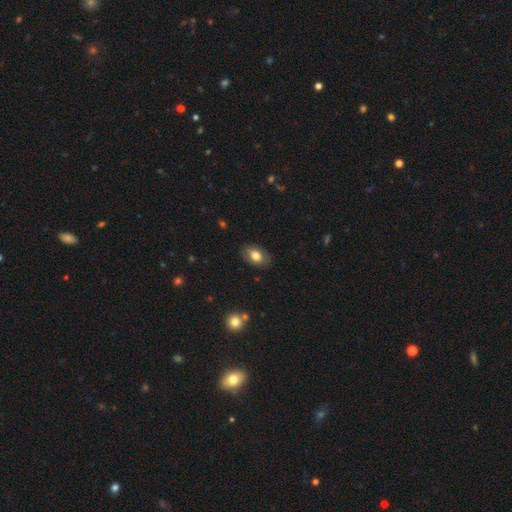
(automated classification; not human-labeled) This is likely a smooth galaxy (78%). How rounded: clearly in between (87%). Merging: clearly none (86%).